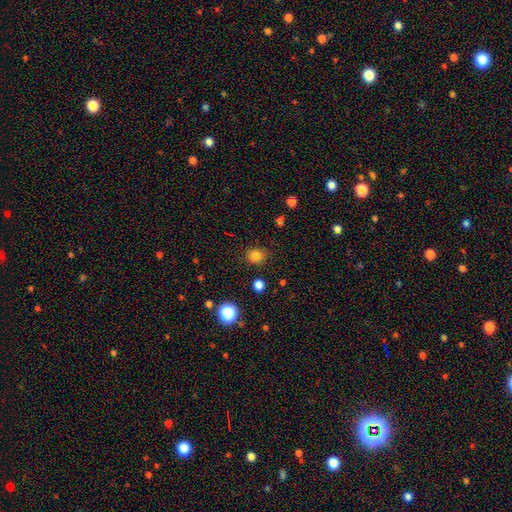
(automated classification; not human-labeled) This is clearly a smooth galaxy (81%). How rounded: likely round (72%). Merging: clearly none (85%).